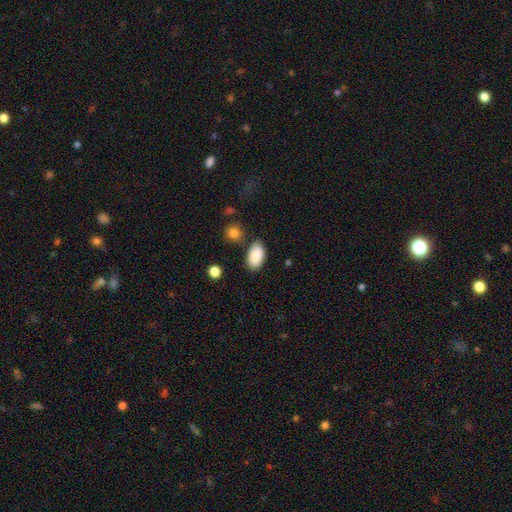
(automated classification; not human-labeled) A smooth galaxy with no disk features (89%) that is in between round and cigar-shaped (94%).

Vote fractions:
- Smooth or featured? smooth: 89% / star or artifact: 6% / featured or disk: 5%
- How rounded? in between: 94% / round: 4% / cigar-shaped: 2%
- Merging? none: 79% / minor disturbance: 14% / merger: 4% / major disturbance: 3%